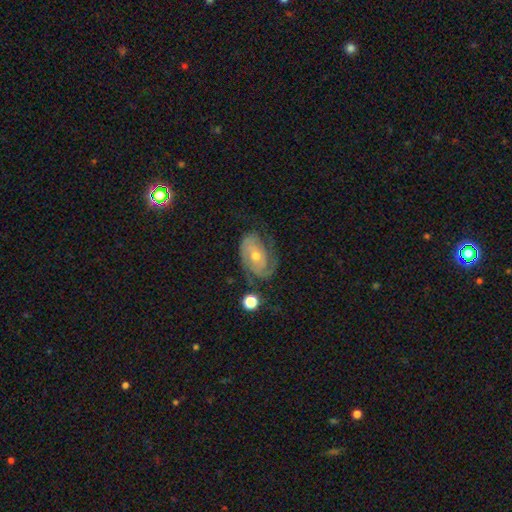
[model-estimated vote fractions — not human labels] The model was most divided on "bulge size": moderate: 51%, small: 46%, large: 2%, none: 1%, dominant: 1%. More confident: edge-on disk — no (96%); spiral arms — yes (92%); smooth or featured — featured or disk (81%); bar — no (66%); merging — none (63%); spiral winding — tight (58%); spiral arm count — 2 (54%).